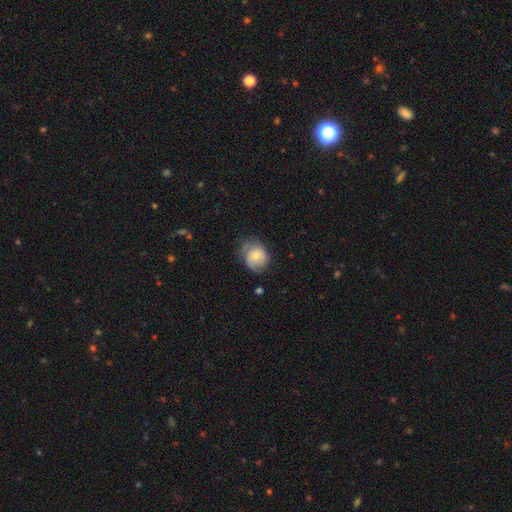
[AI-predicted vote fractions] Smooth or featured? Predicted: smooth (p=0.56). How rounded? Predicted: round (p=0.63). Merging? Predicted: none (p=0.53).